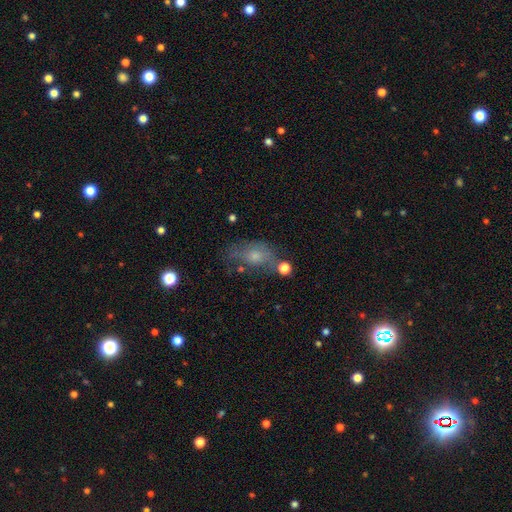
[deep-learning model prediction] smooth_or_featured: smooth (p=0.55) [alt: featured or disk p=0.31]
how_rounded: in between (p=0.79) [alt: round p=0.17]
merging: none (p=0.48) [alt: minor disturbance p=0.26]